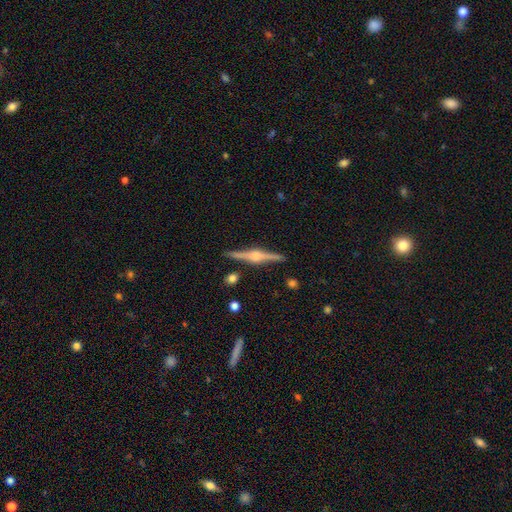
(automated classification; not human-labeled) Overall: featured or disk (85%). Edge-on disk: yes (98%). Edge-on bulge: rounded (87%). Merging: none (90%).